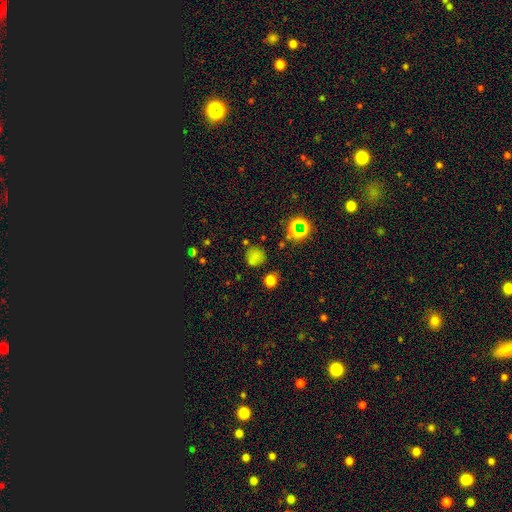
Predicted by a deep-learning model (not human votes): This is likely a smooth galaxy (62%). How rounded: clearly round (88%). Merging: likely none (74%).